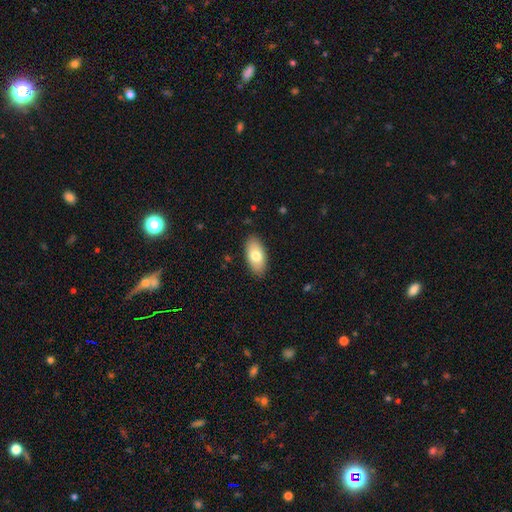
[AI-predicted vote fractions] This is likely a smooth galaxy (76%). How rounded: clearly in between (93%). Merging: clearly none (88%).